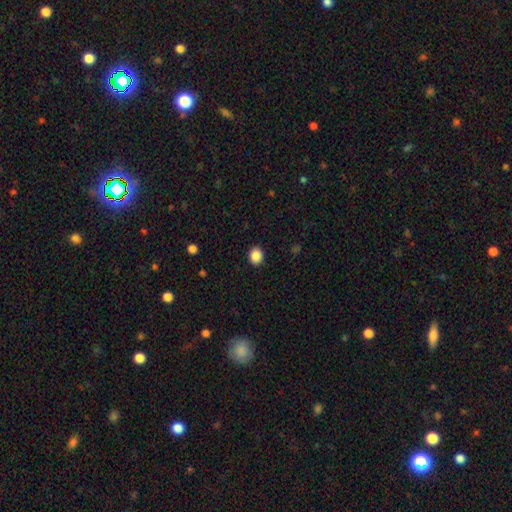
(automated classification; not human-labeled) This appears to be a smooth galaxy with no disk features (88%) that is round (64%). Merging: none (91%).